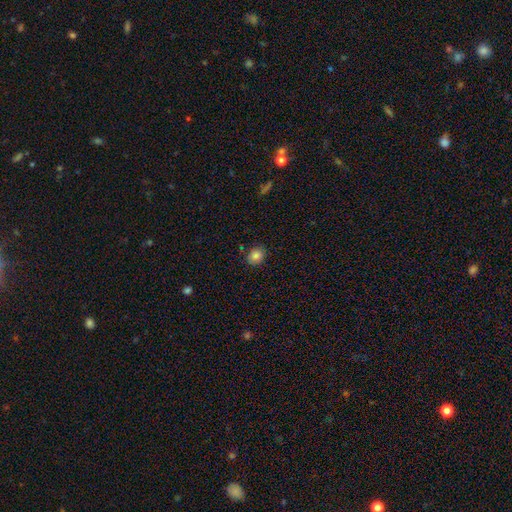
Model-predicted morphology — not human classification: A smooth galaxy with no disk features (83%) that is round (67%). Merging: none (82%).